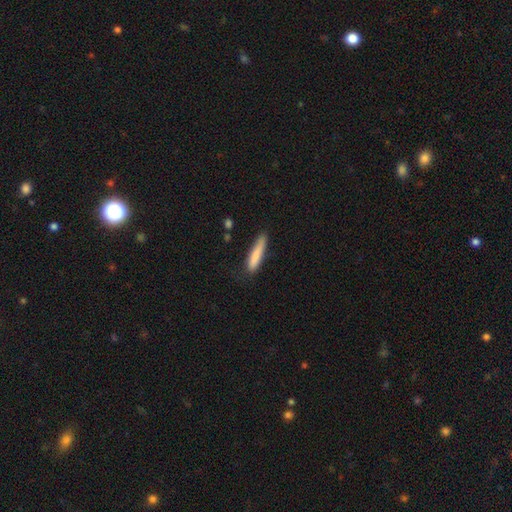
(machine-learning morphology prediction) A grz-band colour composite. It shows a smooth galaxy with no disk features (82%) that is cigar-shaped (89%). Merging: none (72%).